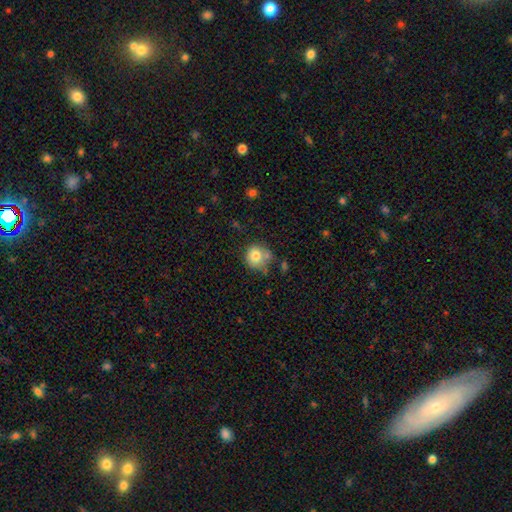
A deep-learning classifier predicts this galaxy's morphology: Smooth or featured: smooth — 78% (featured or disk — 13%)
How rounded: round — 87% (in between — 12%)
Merging: none — 55% (minor disturbance — 23%)